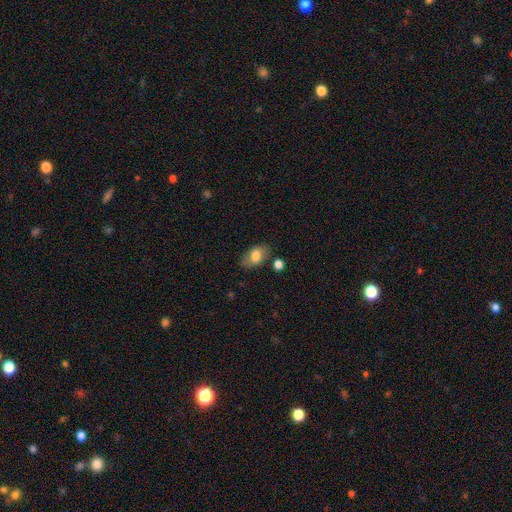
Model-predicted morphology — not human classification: type=smooth (74%); roundness=in between (88%); merging=none (71%).